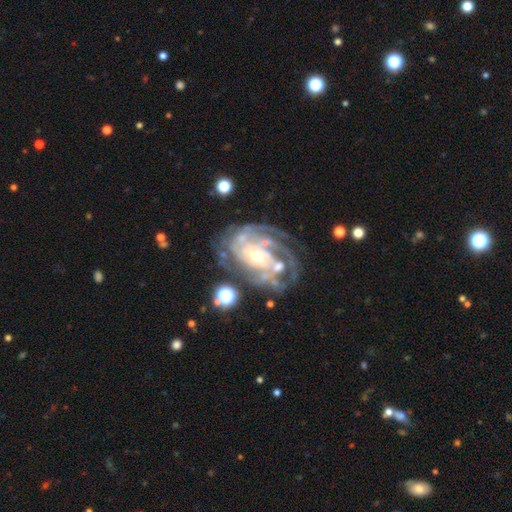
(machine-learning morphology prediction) Smooth or featured? Predicted: featured or disk (p=0.87). Edge-on disk? Predicted: no (p=0.97). Bar? Predicted: no (p=0.56). Spiral arms? Predicted: yes (p=0.93). Spiral winding? Predicted: tight (p=0.63). Spiral arm count? Predicted: can't tell (p=0.38). Bulge size? Predicted: moderate (p=0.48). Merging? Predicted: none (p=0.61).